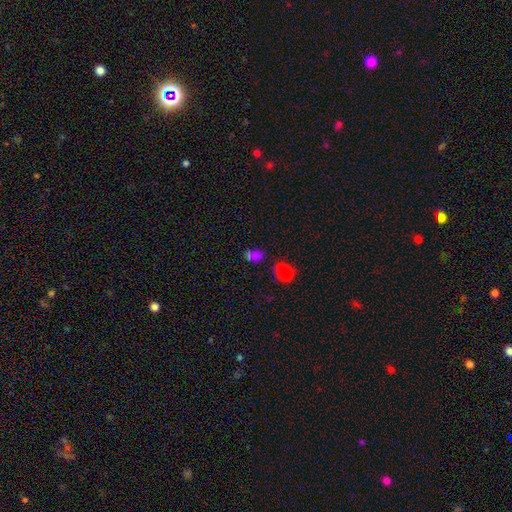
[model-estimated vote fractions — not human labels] smooth 63%, star or artifact 28%, featured or disk 8%. Down the decision tree: how rounded — in between (68%); merging — none (58%).